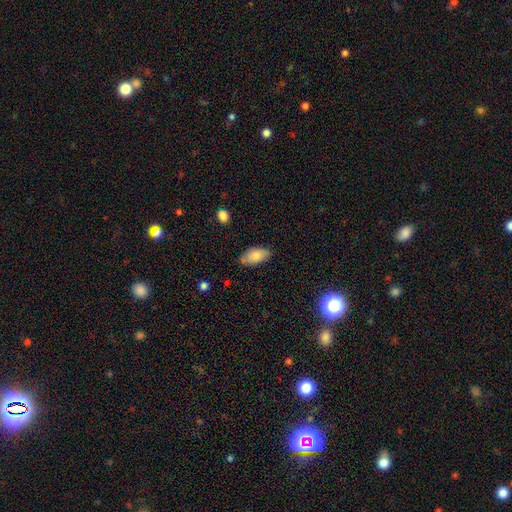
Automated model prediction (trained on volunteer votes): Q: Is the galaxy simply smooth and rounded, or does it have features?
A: smooth — 80%.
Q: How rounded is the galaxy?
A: in between — 94%.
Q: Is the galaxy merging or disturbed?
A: none — 73%.